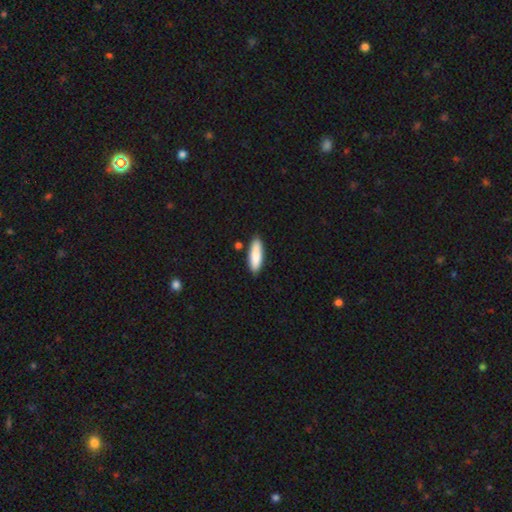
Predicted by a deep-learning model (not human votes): This appears to be a smooth galaxy with no disk features (85%) that is cigar-shaped (54%). Merging: none (85%).